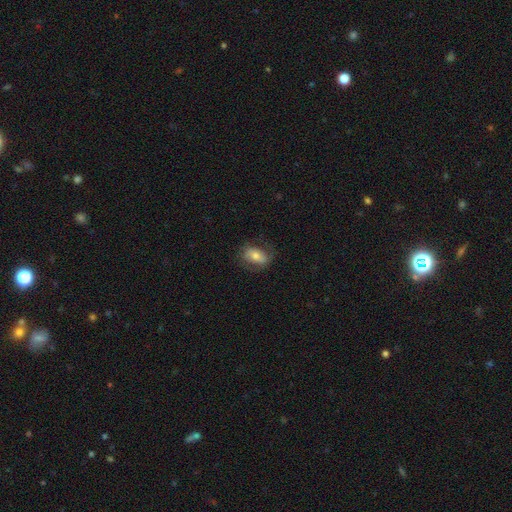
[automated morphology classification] smooth_or_featured: smooth (p=0.57) [alt: featured or disk p=0.35]
how_rounded: in between (p=0.83) [alt: round p=0.14]
merging: none (p=0.71) [alt: minor disturbance p=0.19]